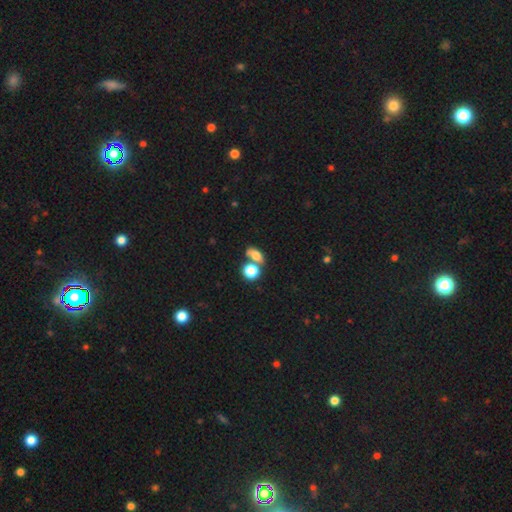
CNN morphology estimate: Smooth or featured? Predicted: smooth (p=0.74). How rounded? Predicted: in between (p=0.71). Merging? Predicted: none (p=0.48).